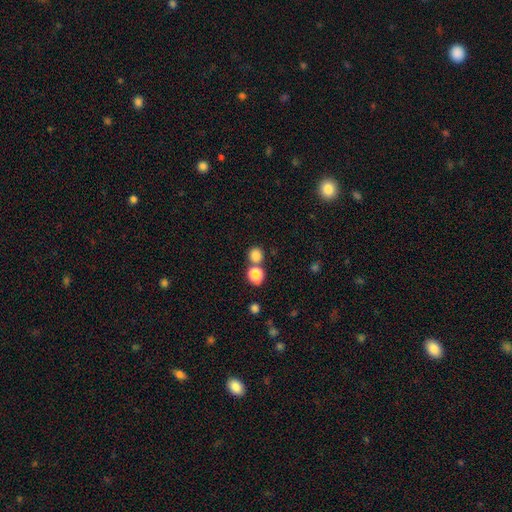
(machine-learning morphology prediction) Smooth or featured?
  - smooth: 82% *
  - star or artifact: 13%
  - featured or disk: 5%
How rounded?
  - round: 85% *
  - in between: 14%
  - cigar-shaped: 1%
Merging?
  - none: 61% *
  - merger: 28%
  - minor disturbance: 7%
  - major disturbance: 3%